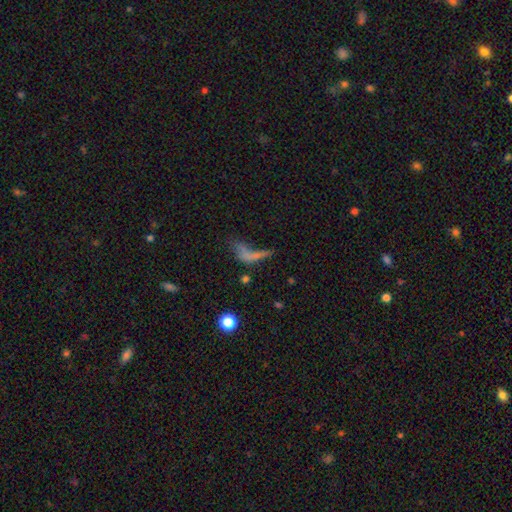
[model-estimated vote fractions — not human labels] smooth 47%, featured or disk 30%, star or artifact 23%. Down the decision tree: merging — major disturbance (37%).